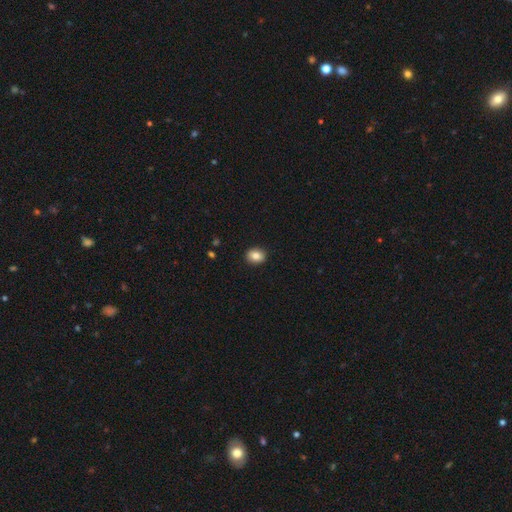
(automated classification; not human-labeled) smooth-or-featured: smooth: 84% | star or artifact: 9% | featured or disk: 7%
  how-rounded: round: 52% | in between: 47% | cigar-shaped: 1%
  merging: none: 91% | minor disturbance: 6% | major disturbance: 2% | merger: 1%